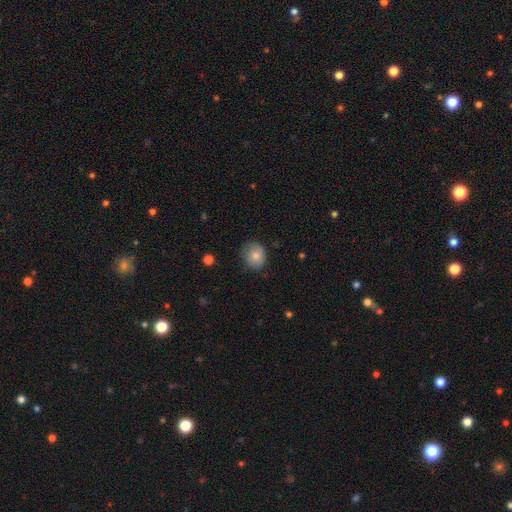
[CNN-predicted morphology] The model was most divided on "how rounded": round: 69%, in between: 30%, cigar-shaped: 1%. More confident: smooth or featured — smooth (79%); merging — none (75%).